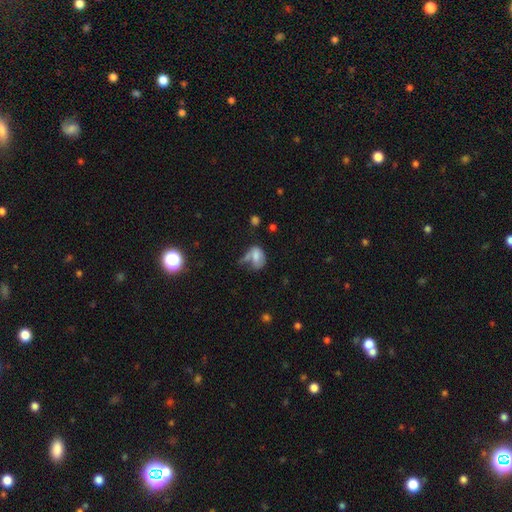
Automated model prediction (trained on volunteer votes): This is likely a smooth galaxy (65%). How rounded: clearly in between (81%). Merging: marginally none (28%).